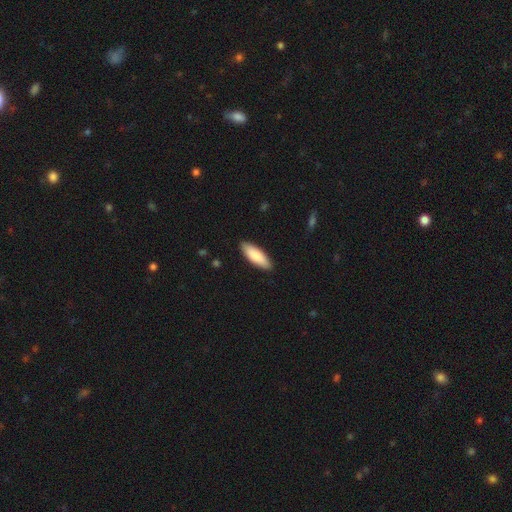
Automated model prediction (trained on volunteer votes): Q: Smooth or featured?
A: smooth (85%); runner-up: featured or disk (10%)
Q: How rounded?
A: in between (62%); runner-up: cigar-shaped (36%)
Q: Merging?
A: none (89%); runner-up: minor disturbance (8%)